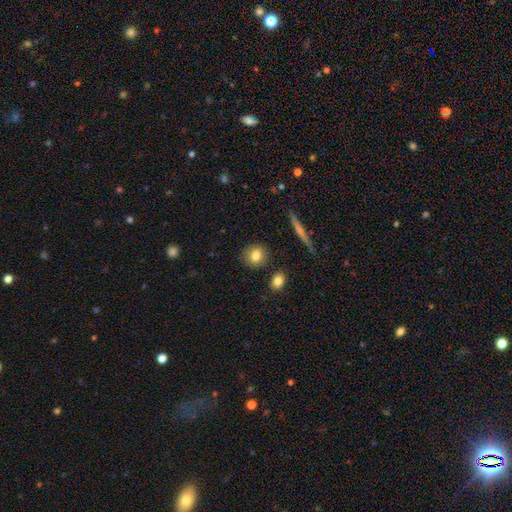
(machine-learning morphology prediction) Smooth or featured?
  - smooth: 81% *
  - featured or disk: 10%
  - star or artifact: 9%
How rounded?
  - round: 79% *
  - in between: 18%
  - cigar-shaped: 2%
Merging?
  - none: 87% *
  - minor disturbance: 8%
  - merger: 3%
  - major disturbance: 2%